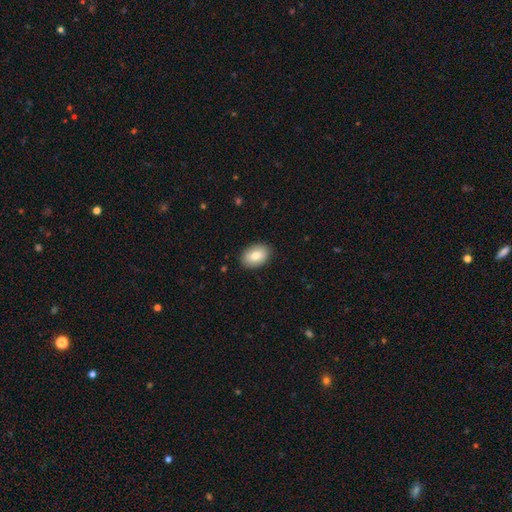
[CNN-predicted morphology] smooth_or_featured: smooth (p=0.80) [alt: featured or disk p=0.13]
how_rounded: in between (p=0.85) [alt: round p=0.14]
merging: none (p=0.89) [alt: minor disturbance p=0.09]